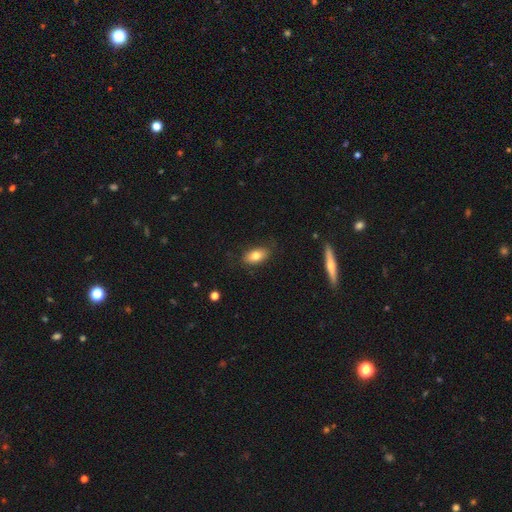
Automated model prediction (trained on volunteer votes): smooth_or_featured: smooth (p=0.78) [alt: featured or disk p=0.14]
how_rounded: in between (p=0.89) [alt: round p=0.07]
merging: none (p=0.79) [alt: minor disturbance p=0.15]